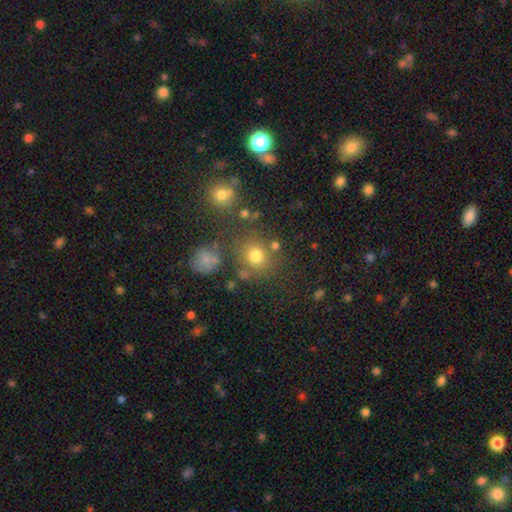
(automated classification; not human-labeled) Morphology: type=smooth (73%); roundness=round (81%); merging=none (73%).